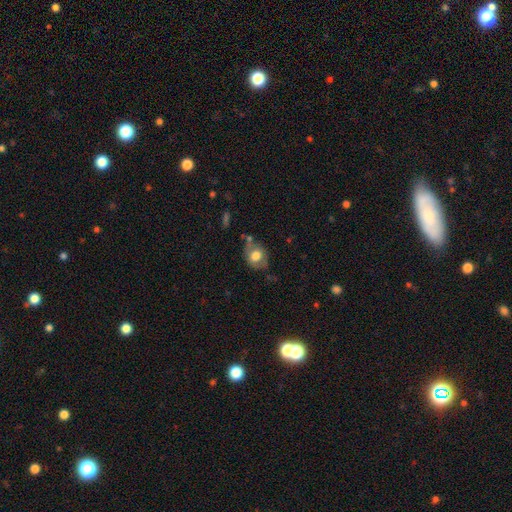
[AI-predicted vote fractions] Smooth or featured: smooth — 69% (featured or disk — 23%)
How rounded: round — 54% (in between — 44%)
Merging: none — 59% (minor disturbance — 24%)